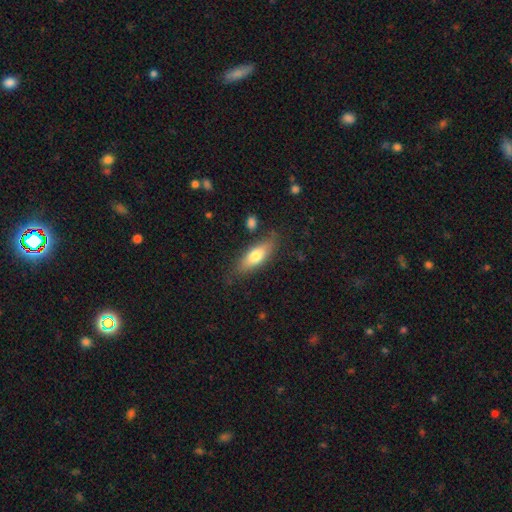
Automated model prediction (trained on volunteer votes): A smooth galaxy with no disk features (71%) that is in between round and cigar-shaped (61%).

Vote fractions:
- Smooth or featured? smooth: 71% / featured or disk: 22% / star or artifact: 6%
- How rounded? in between: 61% / cigar-shaped: 37% / round: 3%
- Merging? none: 79% / minor disturbance: 15% / major disturbance: 4% / merger: 3%